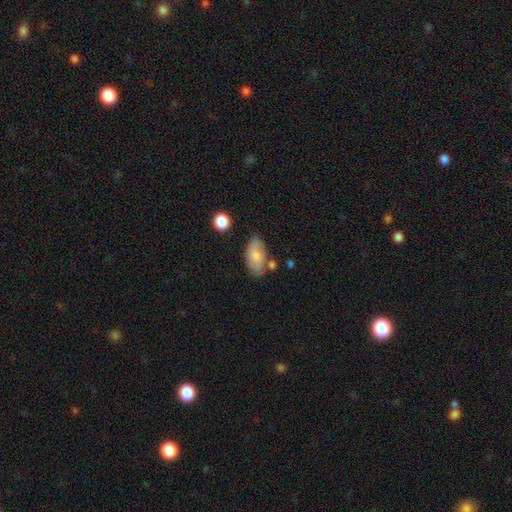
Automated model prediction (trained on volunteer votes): smooth_or_featured: smooth (p=0.74) [alt: featured or disk p=0.19]
how_rounded: in between (p=0.93) [alt: round p=0.05]
merging: none (p=0.65) [alt: minor disturbance p=0.23]